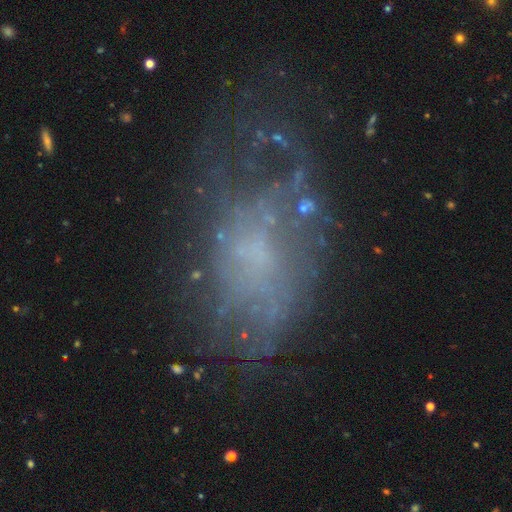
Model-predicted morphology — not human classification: Smooth or featured?
  - featured or disk: 52% *
  - smooth: 31%
  - star or artifact: 17%
Edge-on disk?
  - no: 96% *
  - yes: 4%
Merging?
  - none: 45% *
  - major disturbance: 29%
  - minor disturbance: 22%
  - merger: 4%